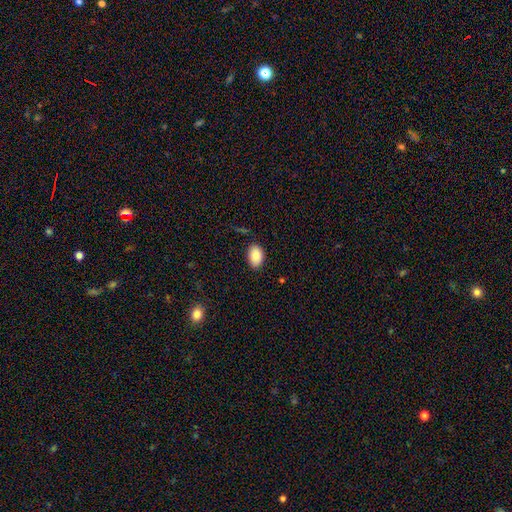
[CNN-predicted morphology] This appears to be a smooth galaxy with no disk features (86%) that is in between round and cigar-shaped (88%). Merging: none (86%).